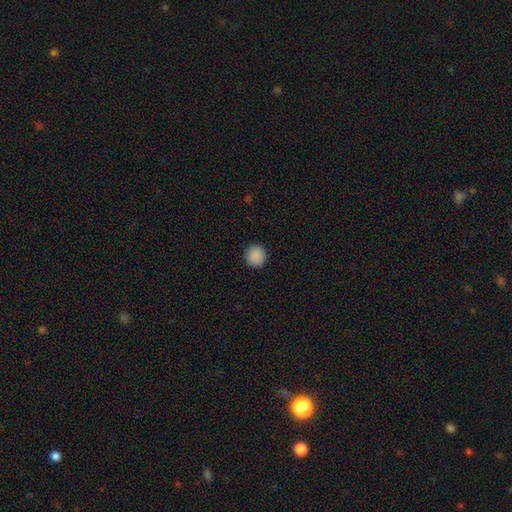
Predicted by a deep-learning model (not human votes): Smooth or featured? Predicted: smooth (p=0.89). How rounded? Predicted: round (p=0.95). Merging? Predicted: none (p=0.93).